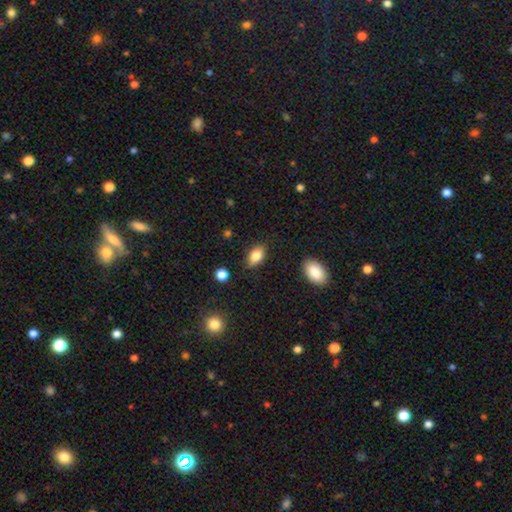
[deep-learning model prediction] Overall: smooth (79%). How rounded: in between (87%). Merging: none (82%).